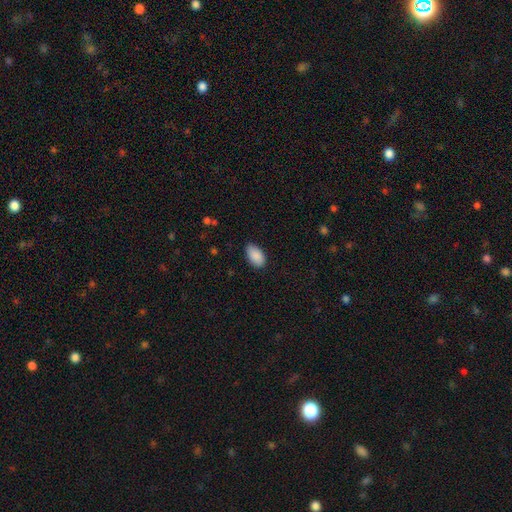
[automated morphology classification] A smooth galaxy with no disk features (90%) that is in between round and cigar-shaped (94%).

Vote fractions:
- Smooth or featured? smooth: 90% / star or artifact: 6% / featured or disk: 4%
- How rounded? in between: 94% / round: 4% / cigar-shaped: 1%
- Merging? none: 82% / minor disturbance: 14% / major disturbance: 3% / merger: 1%